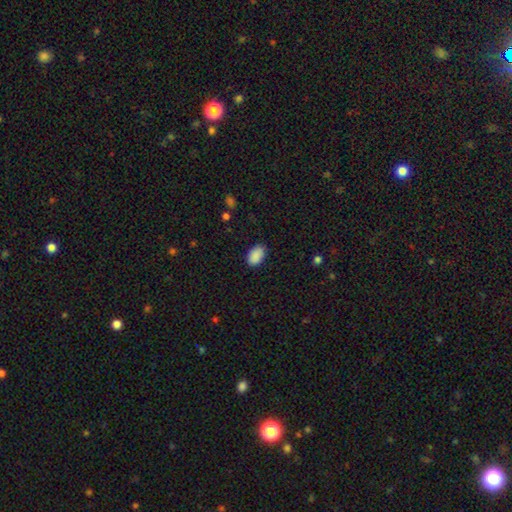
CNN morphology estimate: A smooth galaxy with no disk features (90%) that is in between round and cigar-shaped (91%).

Vote fractions:
- Smooth or featured? smooth: 90% / star or artifact: 7% / featured or disk: 3%
- How rounded? in between: 91% / round: 8% / cigar-shaped: 1%
- Merging? none: 86% / minor disturbance: 11% / major disturbance: 2% / merger: 1%